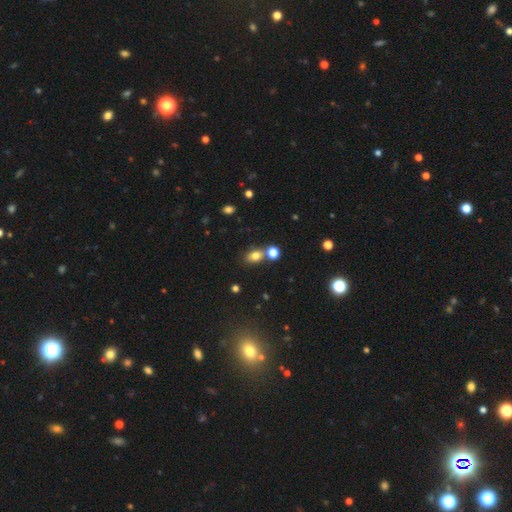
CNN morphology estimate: The model was most divided on "how rounded": in between: 64%, round: 34%, cigar-shaped: 2%. More confident: smooth or featured — smooth (76%); merging — none (60%).